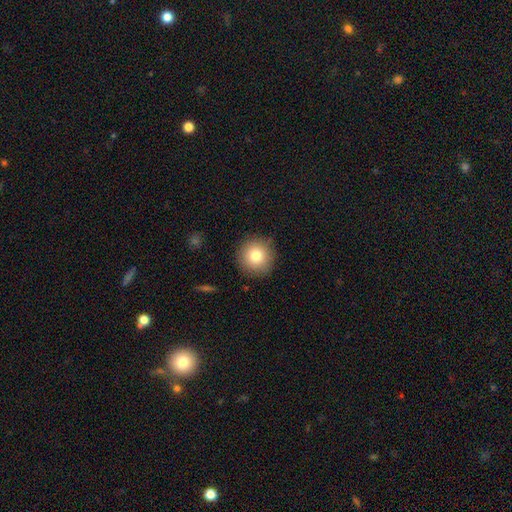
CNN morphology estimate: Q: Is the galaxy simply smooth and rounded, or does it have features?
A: smooth — 77%.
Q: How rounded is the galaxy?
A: round — 95%.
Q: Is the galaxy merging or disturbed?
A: none — 89%.